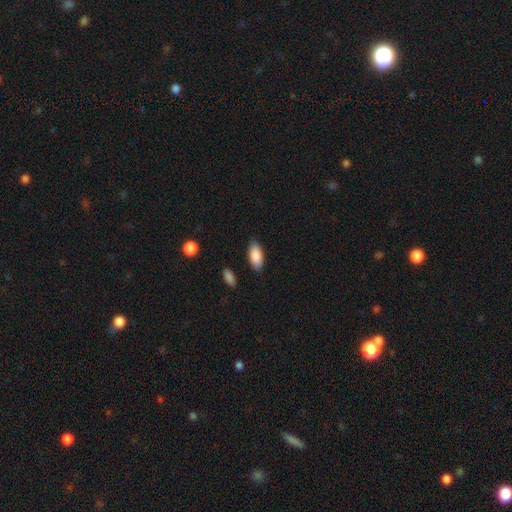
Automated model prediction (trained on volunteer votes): A smooth galaxy with no disk features (89%) that is in between round and cigar-shaped (90%).

Vote fractions:
- Smooth or featured? smooth: 89% / star or artifact: 6% / featured or disk: 5%
- How rounded? in between: 90% / cigar-shaped: 7% / round: 2%
- Merging? none: 85% / minor disturbance: 11% / major disturbance: 2% / merger: 2%